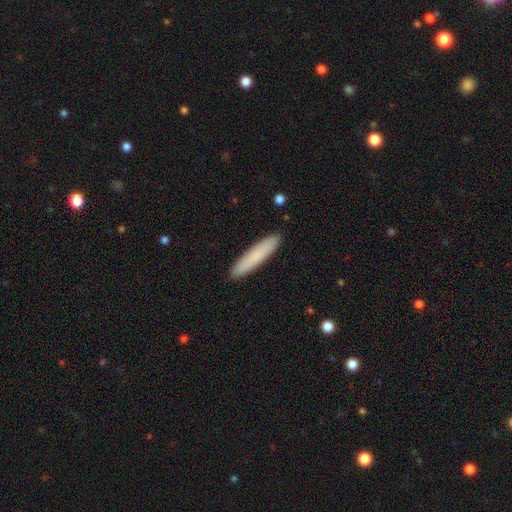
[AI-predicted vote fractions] Morphology: type=smooth (79%); roundness=cigar-shaped (89%); merging=none (91%).